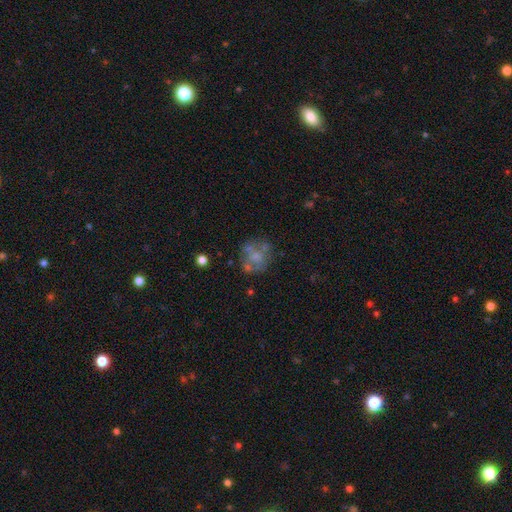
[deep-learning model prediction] smooth-or-featured: featured or disk: 48% | smooth: 41% | star or artifact: 12%
  merging: none: 50% | minor disturbance: 19% | major disturbance: 16% | merger: 14%